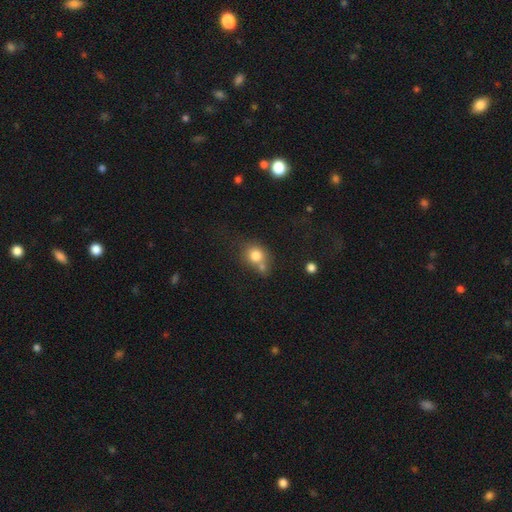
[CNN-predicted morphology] Smooth or featured? smooth (77%)
How rounded? round (74%)
Merging? none (44%)